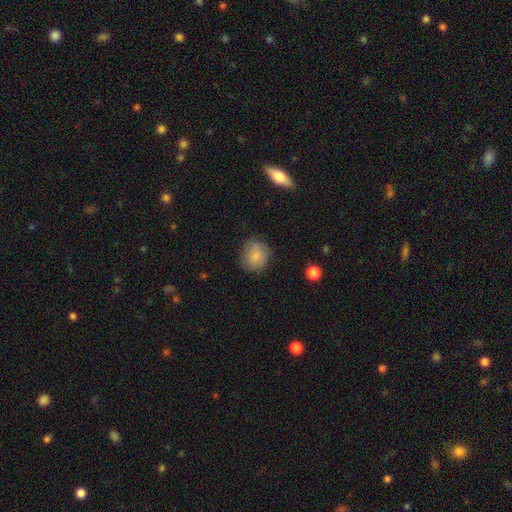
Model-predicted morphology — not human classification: This appears to be a smooth galaxy with no disk features (71%) that is round (78%). Merging: none (73%).